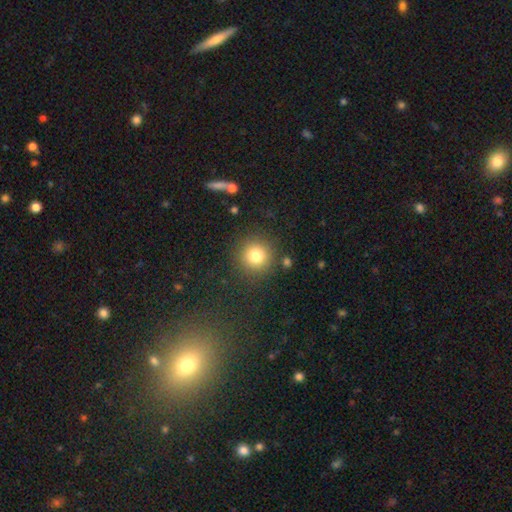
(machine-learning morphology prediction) The model was most divided on "smooth or featured": smooth: 80%, star or artifact: 12%, featured or disk: 8%. More confident: how rounded — round (94%); merging — none (86%).